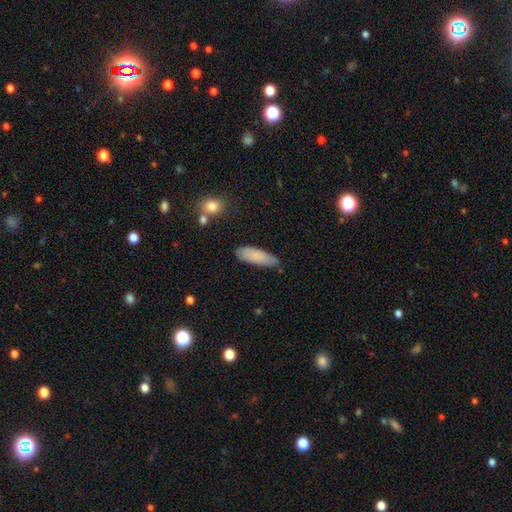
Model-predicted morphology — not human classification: smooth-or-featured: smooth: 84% | featured or disk: 10% | star or artifact: 7%
  how-rounded: in between: 54% | cigar-shaped: 45% | round: 2%
  merging: none: 75% | minor disturbance: 19% | major disturbance: 3% | merger: 2%